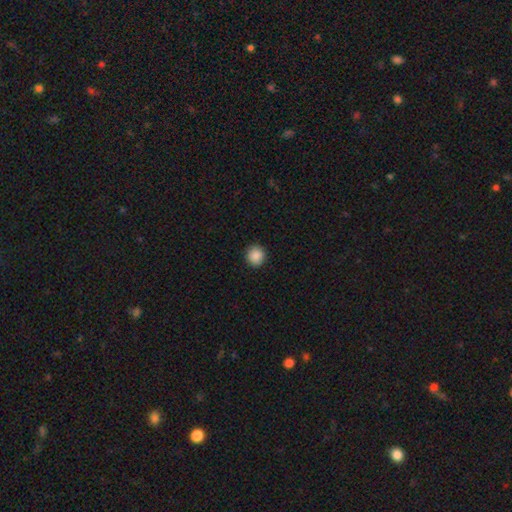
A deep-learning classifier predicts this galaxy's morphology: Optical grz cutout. It shows a smooth galaxy with no disk features (88%) that is round (91%). Merging: none (92%).